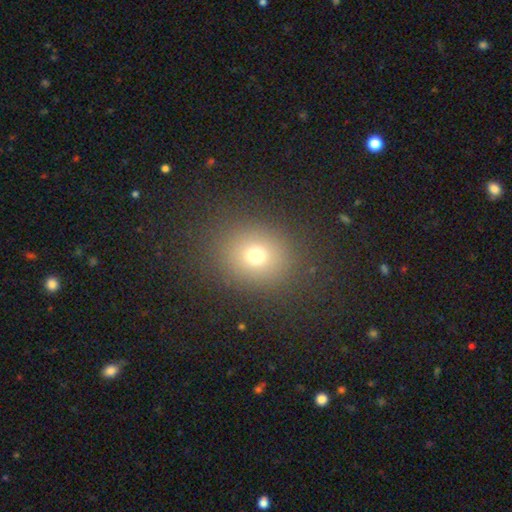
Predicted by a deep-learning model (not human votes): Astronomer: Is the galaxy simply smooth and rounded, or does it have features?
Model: smooth — 70%.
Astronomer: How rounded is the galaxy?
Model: round — 74%.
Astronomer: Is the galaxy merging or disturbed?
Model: none — 86%.